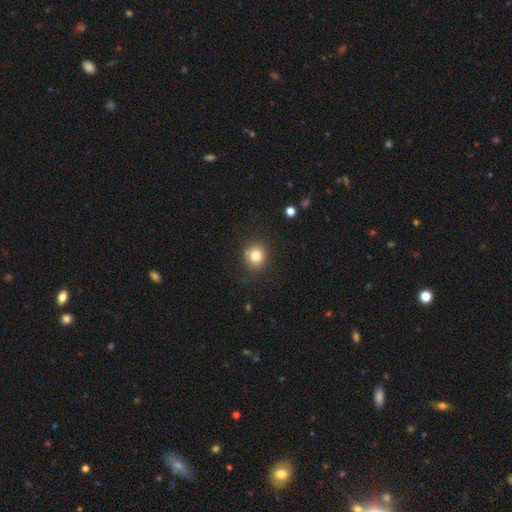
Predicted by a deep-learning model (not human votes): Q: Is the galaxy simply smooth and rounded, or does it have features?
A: smooth — 80%.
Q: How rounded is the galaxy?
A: round — 86%.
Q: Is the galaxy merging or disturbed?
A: none — 82%.